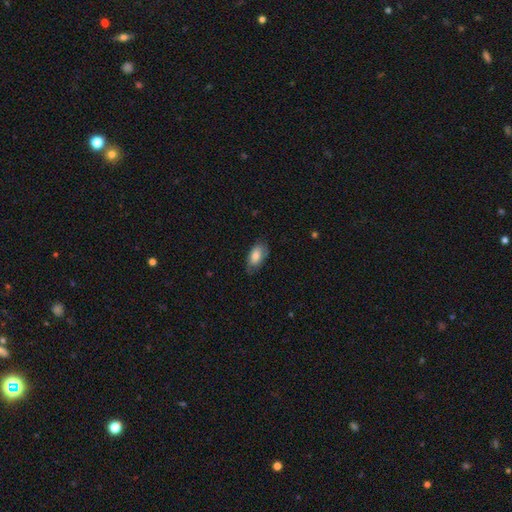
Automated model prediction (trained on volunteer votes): Smooth or featured? Predicted: smooth (p=0.78). How rounded? Predicted: in between (p=0.92). Merging? Predicted: none (p=0.69).